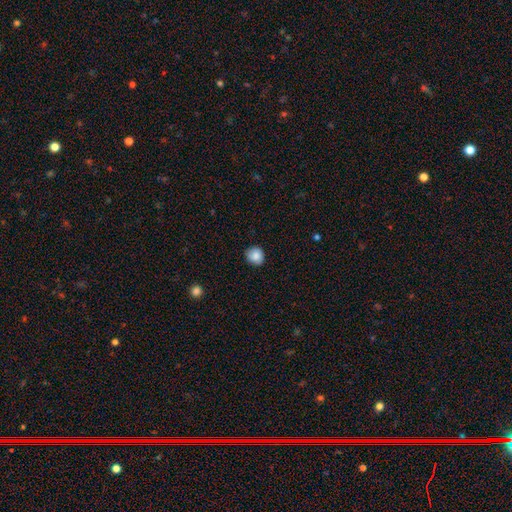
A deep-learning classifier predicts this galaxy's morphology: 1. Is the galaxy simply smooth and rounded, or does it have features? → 85% smooth, 8% star or artifact, 6% featured or disk.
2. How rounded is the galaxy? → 88% round, 11% in between, 1% cigar-shaped.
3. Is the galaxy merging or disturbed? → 86% none, 11% minor disturbance, 2% major disturbance, 1% merger.